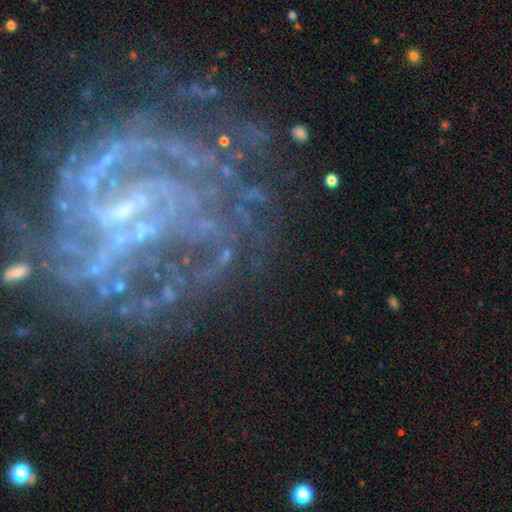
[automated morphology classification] smooth_or_featured: featured or disk (p=0.83) [alt: star or artifact p=0.11]
disk_edge_on: no (p=0.97) [alt: yes p=0.03]
bar: weak (p=0.44) [alt: no p=0.31]
has_spiral_arms: yes (p=0.88) [alt: no p=0.12]
spiral_winding: tight (p=0.51) [alt: medium p=0.35]
spiral_arm_count: can't tell (p=0.36) [alt: 2 p=0.19]
bulge_size: small (p=0.63) [alt: none p=0.21]
merging: none (p=0.60) [alt: major disturbance p=0.19]